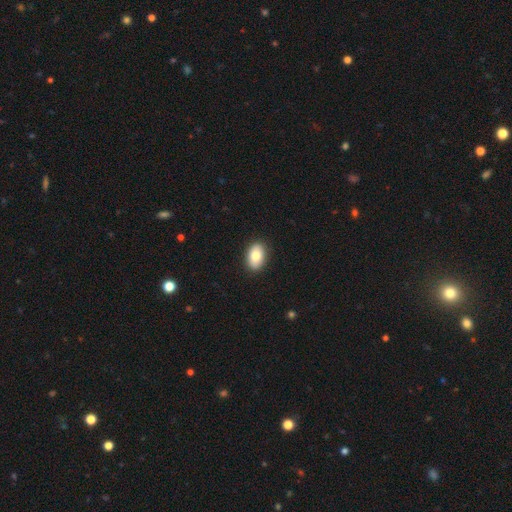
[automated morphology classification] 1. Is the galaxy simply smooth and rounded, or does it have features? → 81% smooth, 12% featured or disk, 7% star or artifact.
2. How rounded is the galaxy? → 89% in between, 9% round, 1% cigar-shaped.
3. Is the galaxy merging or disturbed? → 90% none, 8% minor disturbance, 2% major disturbance, 1% merger.